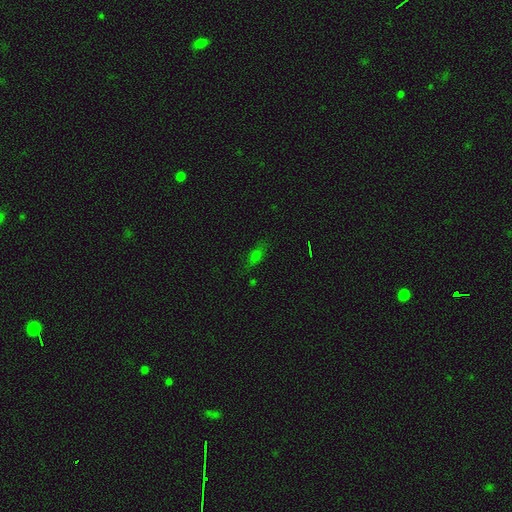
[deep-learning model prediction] Smooth or featured? smooth (56%)
How rounded? in between (64%)
Merging? none (75%)